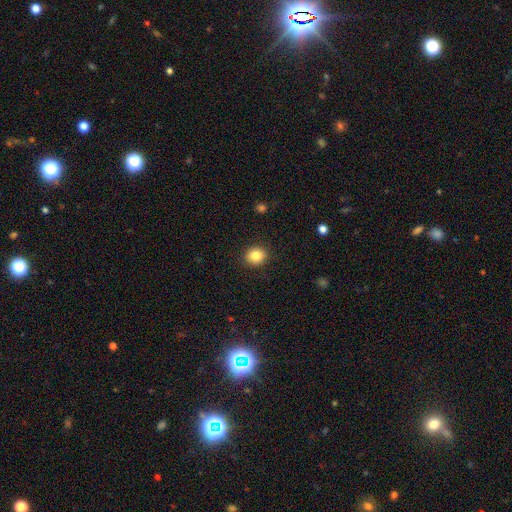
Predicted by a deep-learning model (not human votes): The model was most divided on "how rounded": round: 77%, in between: 22%, cigar-shaped: 1%. More confident: merging — none (91%); smooth or featured — smooth (84%).